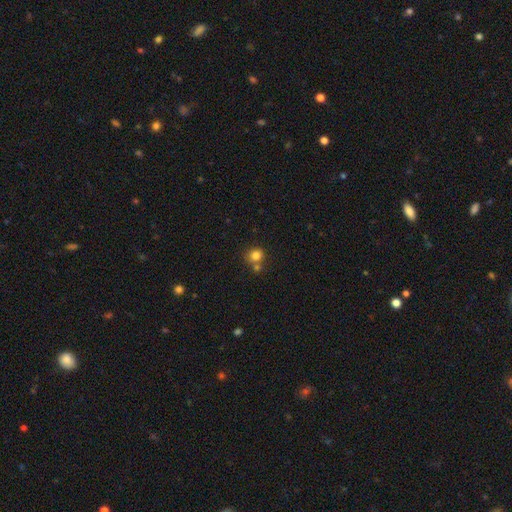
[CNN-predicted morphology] Overall: smooth (81%). How rounded: round (84%). Merging: none (60%; merger 26%).